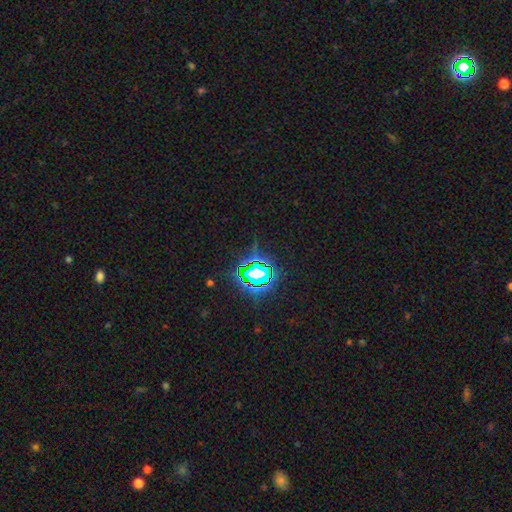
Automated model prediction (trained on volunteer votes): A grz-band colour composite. It shows a star or artifact, not a galaxy (84%).